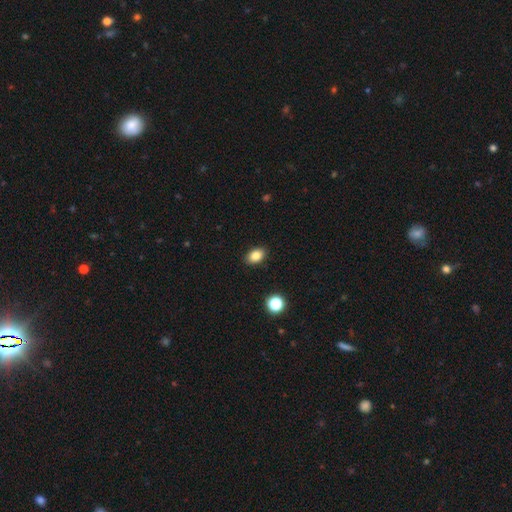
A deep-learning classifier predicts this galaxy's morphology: smooth 84%, star or artifact 10%, featured or disk 6%. Down the decision tree: how rounded — in between (81%); merging — none (89%).